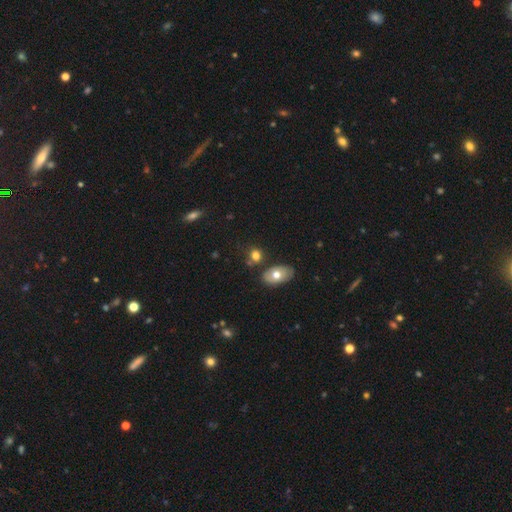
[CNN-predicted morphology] Smooth or featured: smooth — 76% (featured or disk — 14%)
How rounded: round — 51% (in between — 47%)
Merging: none — 66% (minor disturbance — 15%)